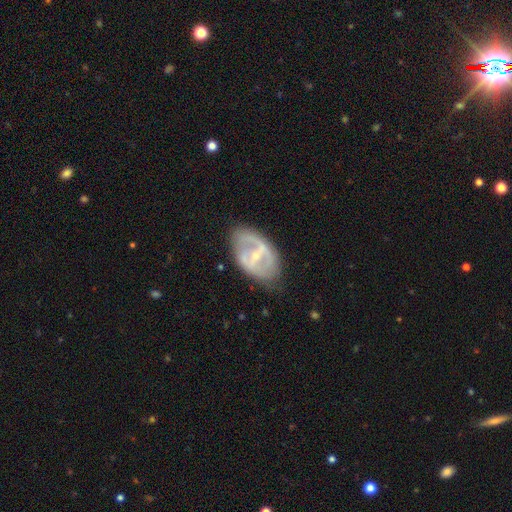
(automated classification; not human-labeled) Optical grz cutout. It shows a featured or disk galaxy (74%) with a strong bar (48%), no spiral arms (52%) and a small central bulge (63%). Merging: none (64%).